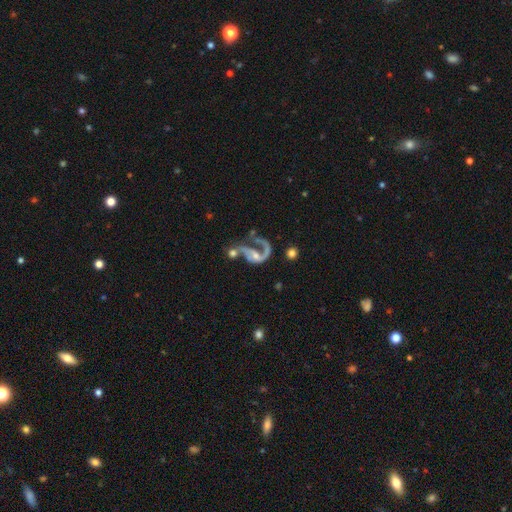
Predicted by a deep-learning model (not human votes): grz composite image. It shows a featured or disk galaxy (83%) with no bar (50%), 1 (47%, tied with 2) loose (58%) spiral arms (90%) and a small central bulge (48%). Merging: major disturbance (34%).